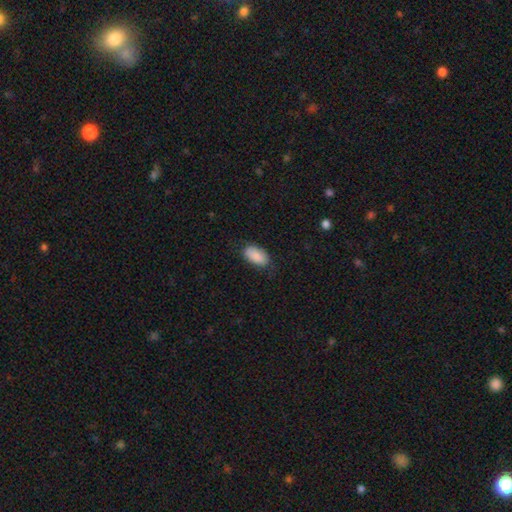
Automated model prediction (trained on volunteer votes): smooth-or-featured: smooth: 88% | star or artifact: 6% | featured or disk: 5%
  how-rounded: in between: 94% | round: 4% | cigar-shaped: 2%
  merging: none: 77% | minor disturbance: 18% | major disturbance: 4% | merger: 1%